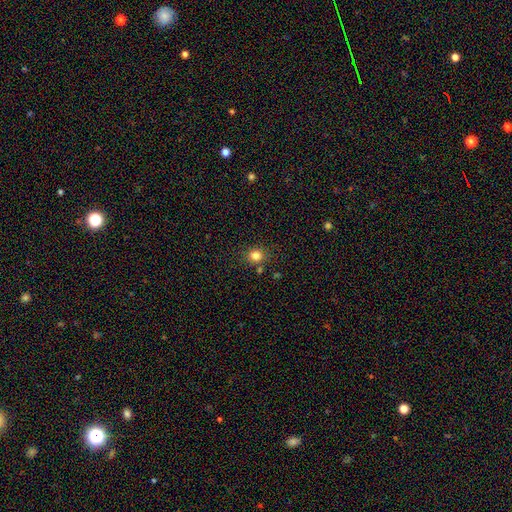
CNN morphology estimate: The model was most divided on "how rounded": round: 81%, in between: 18%, cigar-shaped: 1%. More confident: smooth or featured — smooth (81%); merging — none (81%).